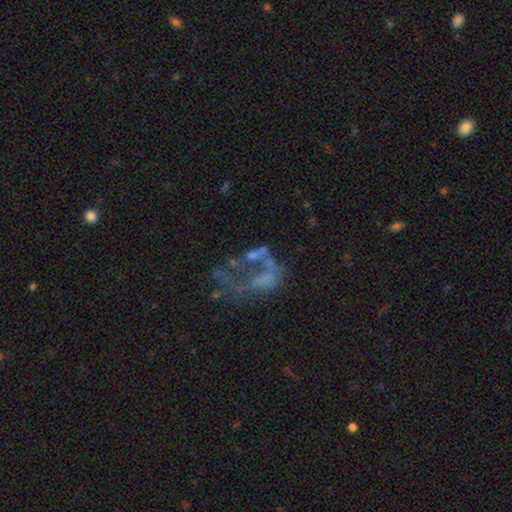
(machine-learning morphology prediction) smooth-or-featured: featured or disk: 50% | smooth: 29% | star or artifact: 21%
  merging: major disturbance: 43% | merger: 28% | none: 19% | minor disturbance: 10%